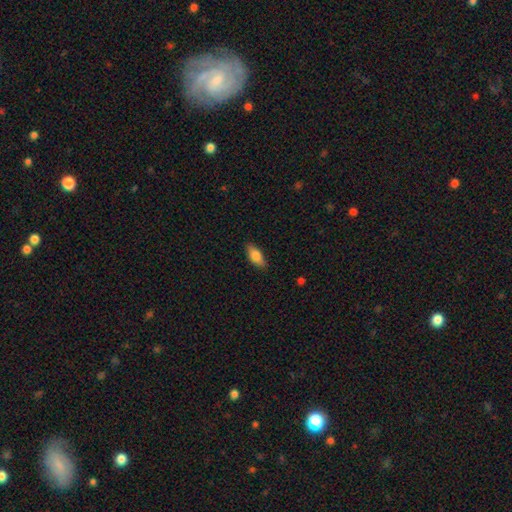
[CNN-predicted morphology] A smooth galaxy with no disk features (80%) that is in between round and cigar-shaped (81%). Merging: none (87%).